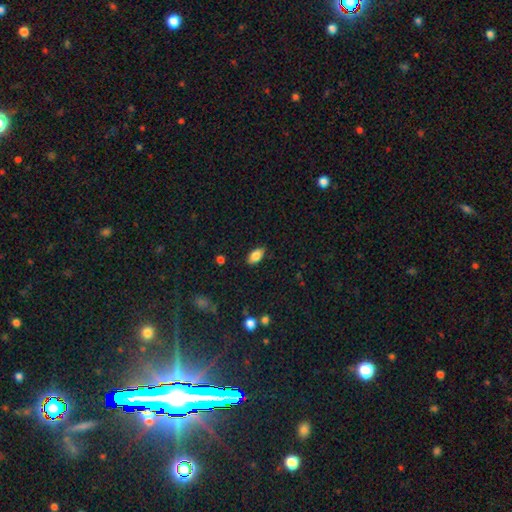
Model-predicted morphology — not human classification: This is clearly a smooth galaxy (84%). How rounded: clearly in between (92%). Merging: clearly none (84%).